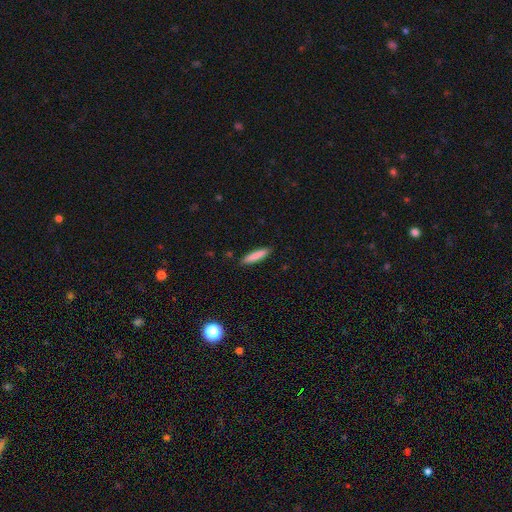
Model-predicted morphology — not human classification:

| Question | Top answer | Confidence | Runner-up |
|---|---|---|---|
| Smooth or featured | smooth | 85% | featured or disk (9%) |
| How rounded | cigar-shaped | 84% | in between (15%) |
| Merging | none | 90% | minor disturbance (8%) |